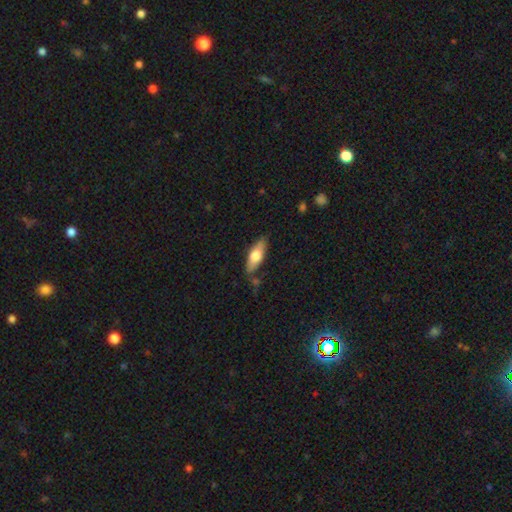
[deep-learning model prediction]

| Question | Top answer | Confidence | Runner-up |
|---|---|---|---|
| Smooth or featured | smooth | 65% | featured or disk (30%) |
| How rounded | in between | 68% | cigar-shaped (29%) |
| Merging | none | 78% | minor disturbance (15%) |